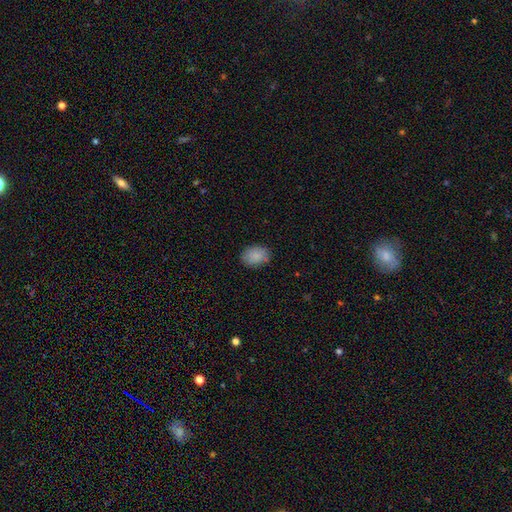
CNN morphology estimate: A smooth galaxy with no disk features (88%) that is in between round and cigar-shaped (72%). Merging: none (84%).